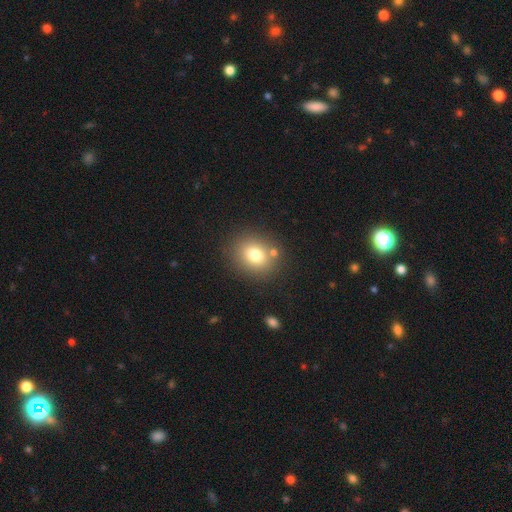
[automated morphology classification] Smooth or featured? Predicted: smooth (p=0.73). How rounded? Predicted: round (p=0.72). Merging? Predicted: none (p=0.80).